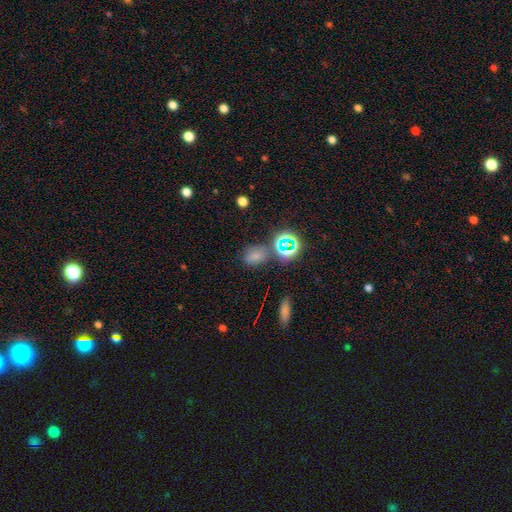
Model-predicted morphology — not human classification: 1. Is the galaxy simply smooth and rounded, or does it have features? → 60% smooth, 31% star or artifact, 9% featured or disk.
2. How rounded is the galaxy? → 59% in between, 39% round, 2% cigar-shaped.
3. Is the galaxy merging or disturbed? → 64% none, 18% minor disturbance, 12% merger, 7% major disturbance.